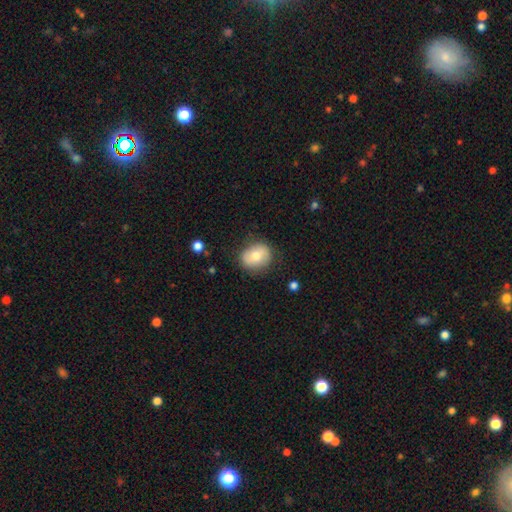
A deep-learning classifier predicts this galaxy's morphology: Q: Smooth or featured?
A: smooth (68%); runner-up: featured or disk (25%)
Q: How rounded?
A: round (66%); runner-up: in between (33%)
Q: Merging?
A: none (81%); runner-up: minor disturbance (14%)